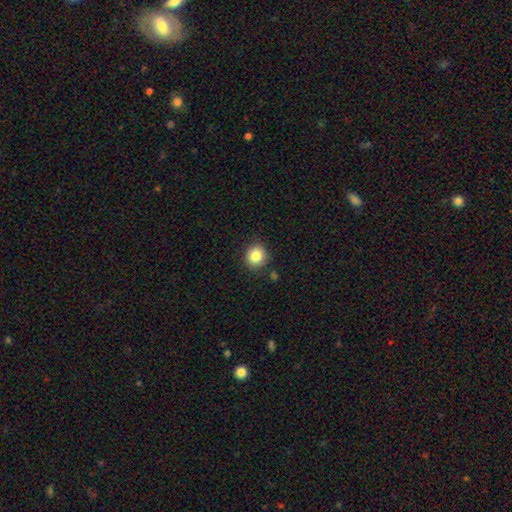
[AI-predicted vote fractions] Smooth or featured? Predicted: smooth (p=0.84). How rounded? Predicted: round (p=0.89). Merging? Predicted: none (p=0.86).